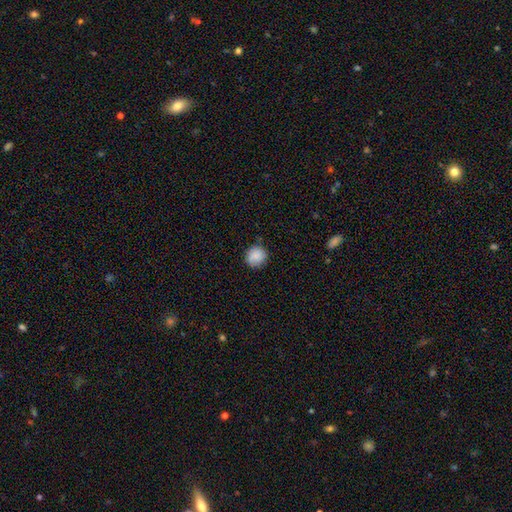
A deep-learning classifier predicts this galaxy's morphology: Smooth or featured? Predicted: smooth (p=0.87). How rounded? Predicted: round (p=0.87). Merging? Predicted: none (p=0.81).